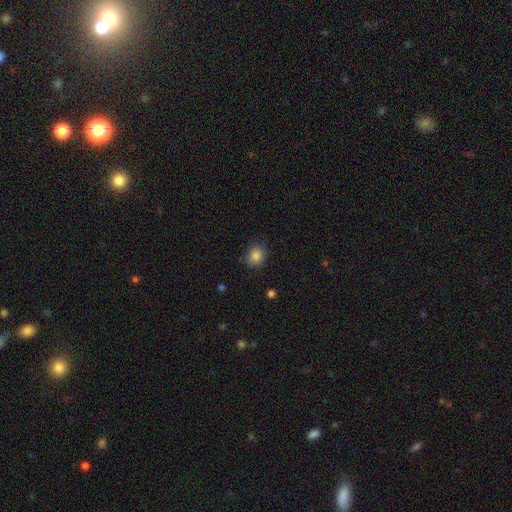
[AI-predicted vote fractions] The model was most divided on "how rounded": round: 71%, in between: 29%, cigar-shaped: 1%. More confident: smooth or featured — smooth (85%); merging — none (81%).